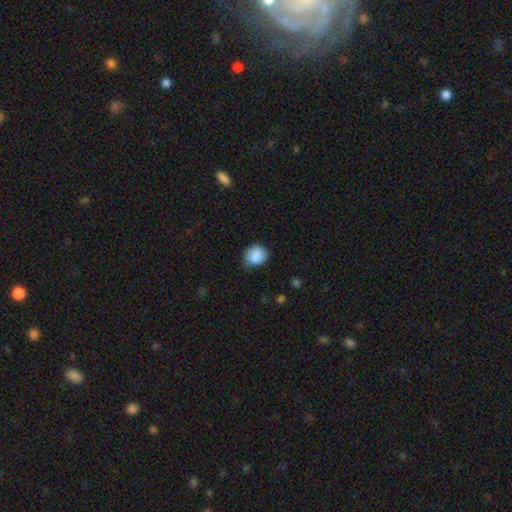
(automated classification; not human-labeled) Smooth or featured? smooth (86%)
How rounded? round (79%)
Merging? none (62%)